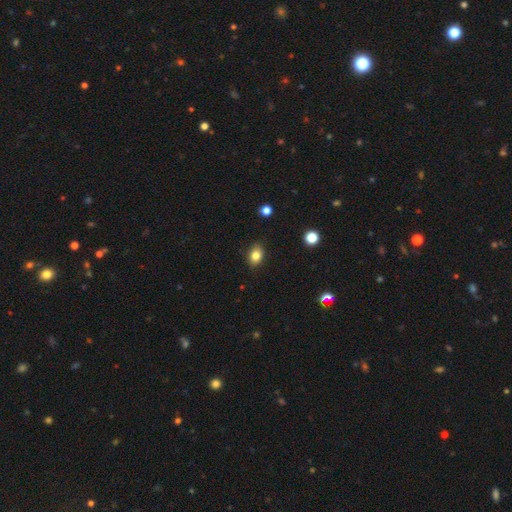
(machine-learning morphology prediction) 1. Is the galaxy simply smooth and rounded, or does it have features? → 82% smooth, 10% star or artifact, 7% featured or disk.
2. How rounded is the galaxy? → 71% in between, 28% round, 1% cigar-shaped.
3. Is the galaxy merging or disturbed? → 85% none, 11% minor disturbance, 2% major disturbance, 1% merger.